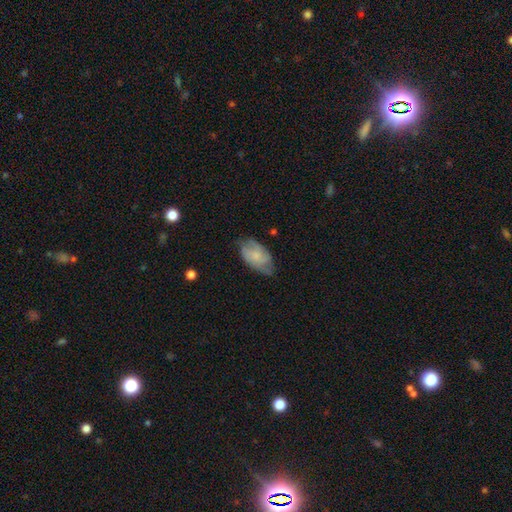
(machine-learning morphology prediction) smooth-or-featured: featured or disk: 55% | smooth: 38% | star or artifact: 7%
  disk-edge-on: no: 96% | yes: 4%
    bar: no: 71% | weak: 25% | strong: 3%
    has-spiral-arms: yes: 85% | no: 15%
    bulge-size: small: 53% | moderate: 24% | none: 19% | large: 2% | dominant: 1%
  merging: none: 63% | minor disturbance: 28% | major disturbance: 8% | merger: 1%